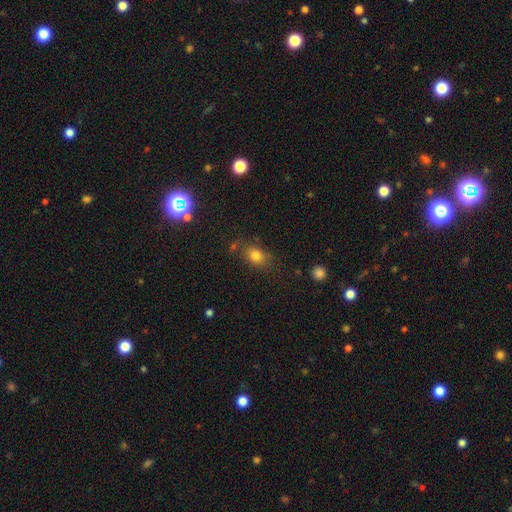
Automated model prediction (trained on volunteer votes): This appears to be a smooth galaxy with no disk features (78%) that is in between round and cigar-shaped (64%). Merging: none (71%).